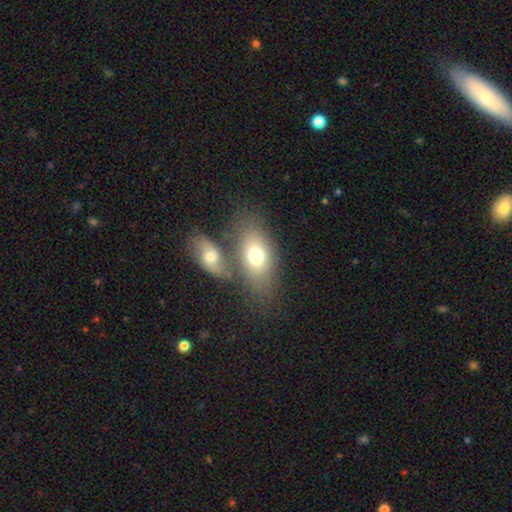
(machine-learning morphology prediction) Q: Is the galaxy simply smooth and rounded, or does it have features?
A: smooth — 70%.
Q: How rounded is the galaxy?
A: in between — 88%.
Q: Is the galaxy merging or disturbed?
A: none — 48%.